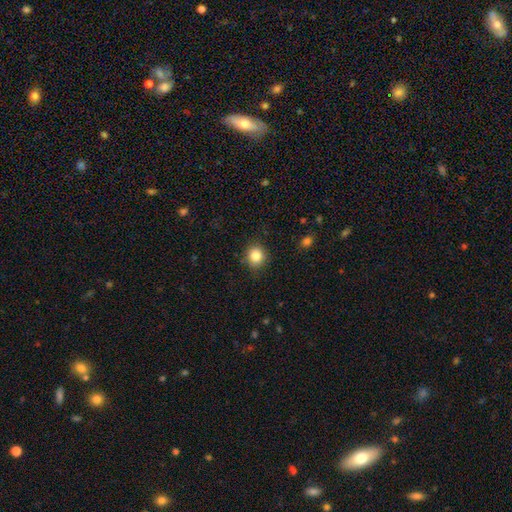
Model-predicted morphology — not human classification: A smooth galaxy with no disk features (85%) that is round (83%). Merging: none (86%).